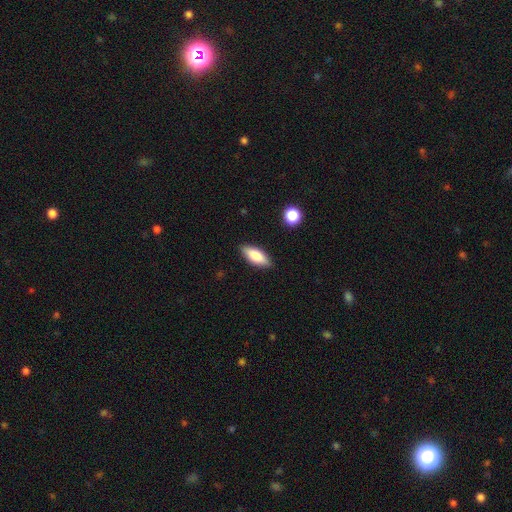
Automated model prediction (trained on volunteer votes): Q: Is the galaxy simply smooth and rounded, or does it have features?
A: smooth — 76%.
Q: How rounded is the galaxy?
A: in between — 75%.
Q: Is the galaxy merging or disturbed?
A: none — 88%.